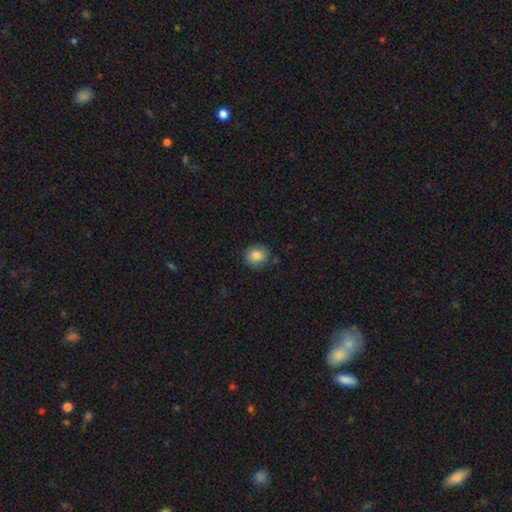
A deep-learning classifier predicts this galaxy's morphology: Smooth or featured: smooth — 85% (star or artifact — 9%)
How rounded: round — 70% (in between — 29%)
Merging: none — 85% (minor disturbance — 12%)